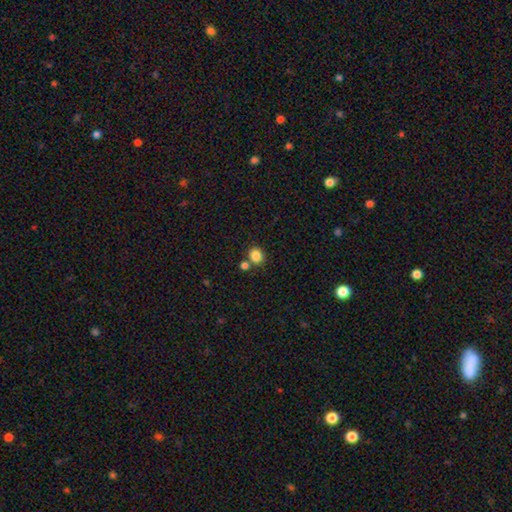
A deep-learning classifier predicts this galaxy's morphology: smooth-or-featured: smooth: 85% | star or artifact: 11% | featured or disk: 4%
  how-rounded: round: 77% | in between: 22% | cigar-shaped: 1%
  merging: none: 71% | merger: 18% | minor disturbance: 9% | major disturbance: 3%